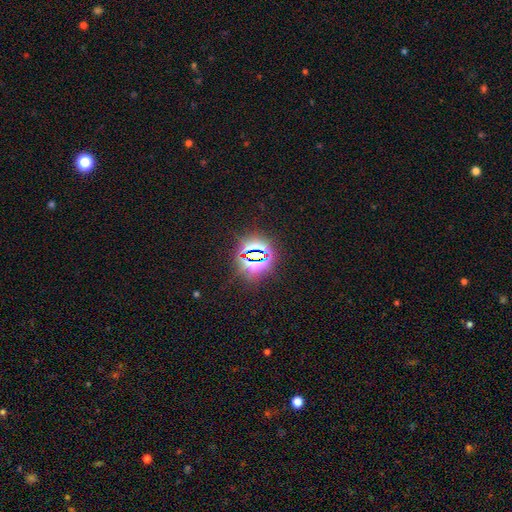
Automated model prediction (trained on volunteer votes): Smooth or featured: star or artifact — 76% (smooth — 16%)